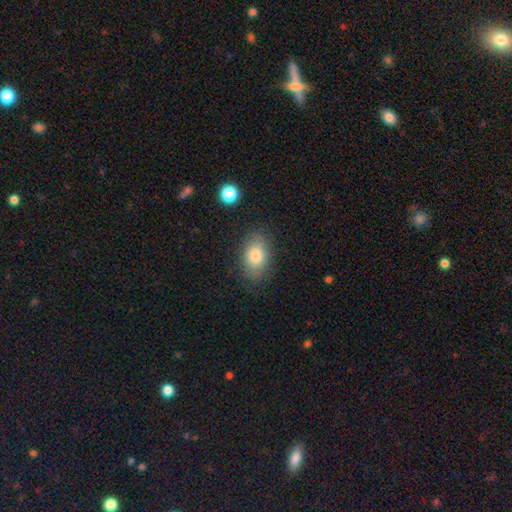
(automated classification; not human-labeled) The model was most divided on "merging": none: 83%, minor disturbance: 12%, major disturbance: 4%, merger: 2%. More confident: how rounded — in between (86%); smooth or featured — smooth (81%).